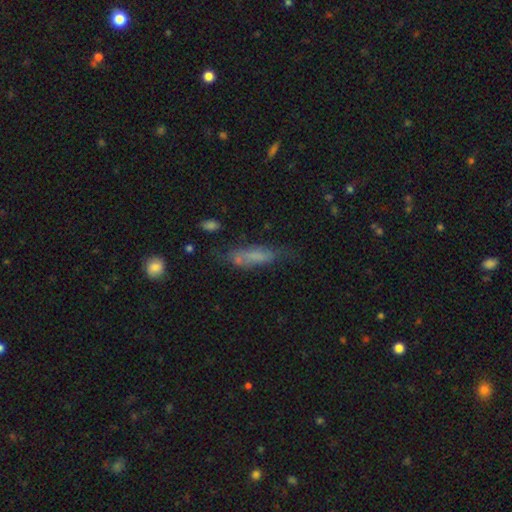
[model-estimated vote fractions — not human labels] This appears to be a smooth galaxy with no disk features (64%) that is cigar-shaped (55%). Merging: none (50%).